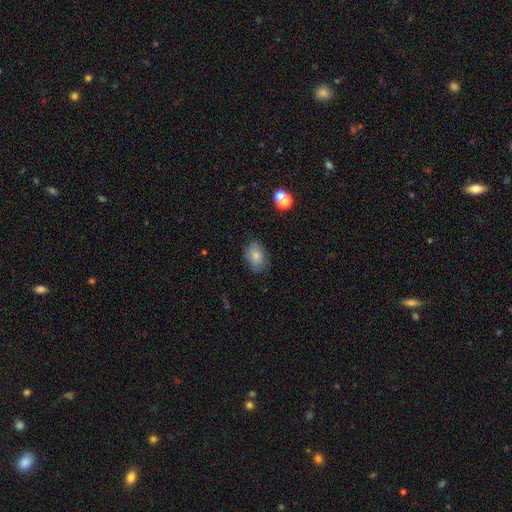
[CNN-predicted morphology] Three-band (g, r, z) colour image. It shows a smooth galaxy with no disk features (74%) that is in between round and cigar-shaped (76%). Merging: none (73%).